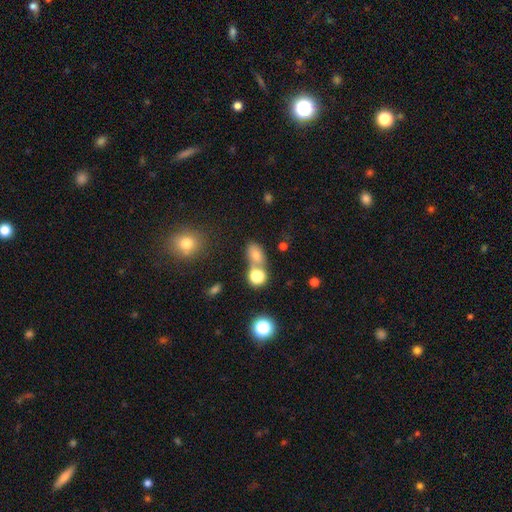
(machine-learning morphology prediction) The model was most divided on "merging": merger: 42%, none: 41%, minor disturbance: 12%, major disturbance: 6%. More confident: smooth or featured — smooth (71%); how rounded — in between (69%).